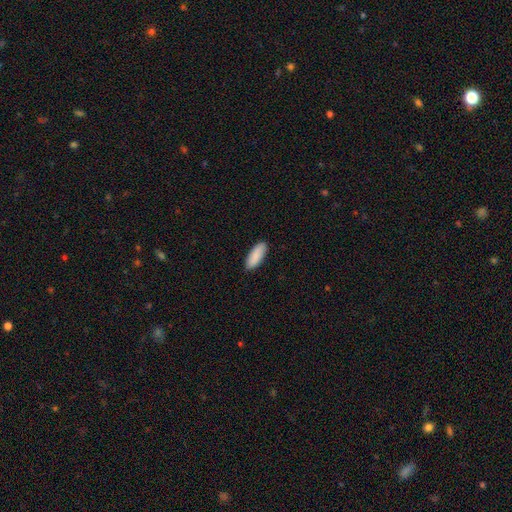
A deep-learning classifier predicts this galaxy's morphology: Q: Smooth or featured?
A: smooth (90%); runner-up: star or artifact (6%)
Q: How rounded?
A: in between (74%); runner-up: cigar-shaped (24%)
Q: Merging?
A: none (89%); runner-up: minor disturbance (8%)